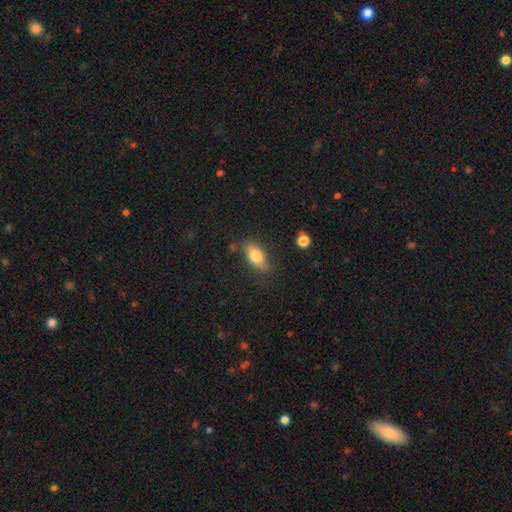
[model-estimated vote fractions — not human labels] The model was most divided on "merging": none: 74%, minor disturbance: 18%, major disturbance: 5%, merger: 3%. More confident: how rounded — in between (85%); smooth or featured — smooth (75%).